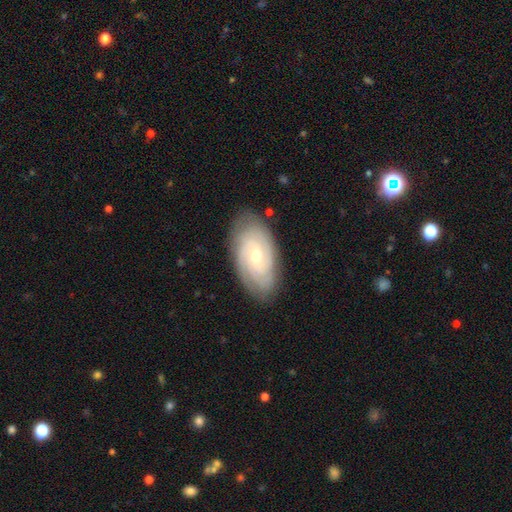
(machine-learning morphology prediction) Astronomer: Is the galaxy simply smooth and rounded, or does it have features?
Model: featured or disk — 75%.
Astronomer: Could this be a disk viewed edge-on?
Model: no — 94%.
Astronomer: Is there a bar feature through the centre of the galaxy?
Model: no — 62%.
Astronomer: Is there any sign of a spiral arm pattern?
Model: yes — 93%.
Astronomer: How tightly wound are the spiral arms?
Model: tight — 70%.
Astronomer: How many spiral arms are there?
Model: can't tell — 36% (runner-up: 2, 30%).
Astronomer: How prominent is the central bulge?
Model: small — 58% (runner-up: moderate, 39%).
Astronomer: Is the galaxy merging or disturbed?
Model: none — 82%.